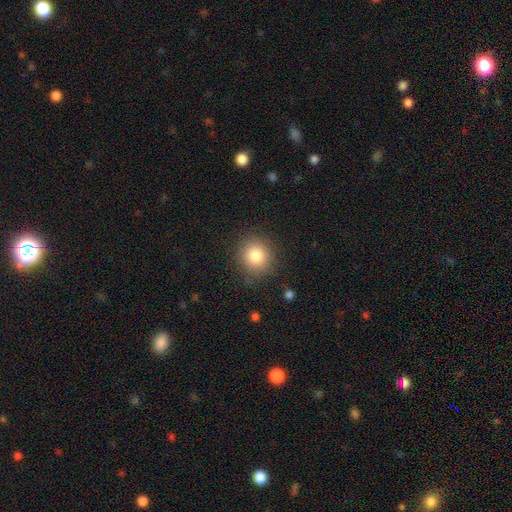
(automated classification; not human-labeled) A smooth galaxy with no disk features (83%) that is round (88%).

Vote fractions:
- Smooth or featured? smooth: 83% / star or artifact: 10% / featured or disk: 7%
- How rounded? round: 88% / in between: 11% / cigar-shaped: 1%
- Merging? none: 86% / minor disturbance: 9% / major disturbance: 3% / merger: 1%